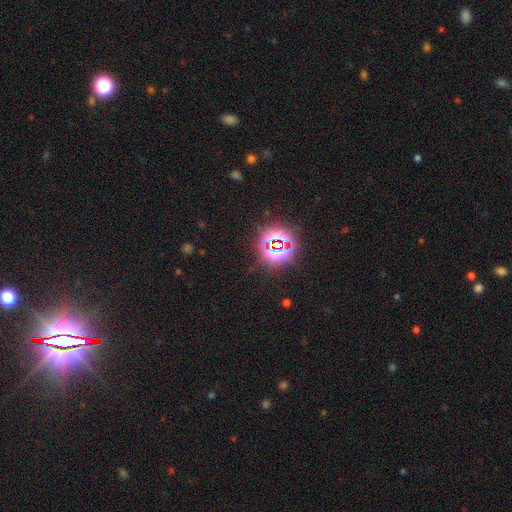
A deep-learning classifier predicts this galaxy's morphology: smooth_or_featured: star or artifact (p=0.83) [alt: smooth p=0.10]